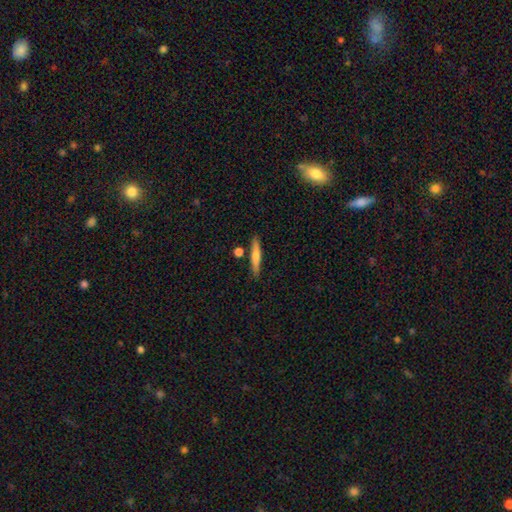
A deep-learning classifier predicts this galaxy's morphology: smooth 65%, featured or disk 29%, star or artifact 6%. Down the decision tree: how rounded — cigar-shaped (91%); merging — none (83%).